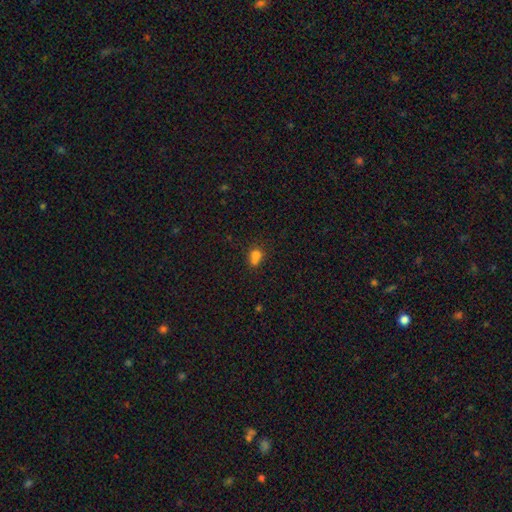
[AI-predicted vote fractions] smooth_or_featured: smooth (p=0.74) [alt: star or artifact p=0.13]
how_rounded: round (p=0.61) [alt: in between p=0.38]
merging: merger (p=0.43) [alt: none p=0.34]